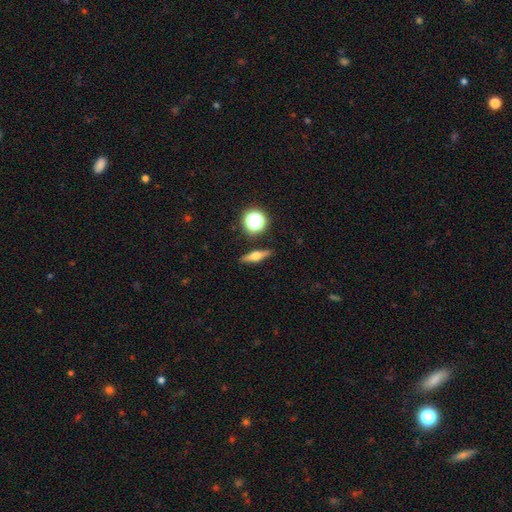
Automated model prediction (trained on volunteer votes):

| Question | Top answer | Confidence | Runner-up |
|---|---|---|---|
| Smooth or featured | featured or disk | 53% | smooth (37%) |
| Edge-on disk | yes | 93% | no (7%) |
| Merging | none | 89% | minor disturbance (8%) |